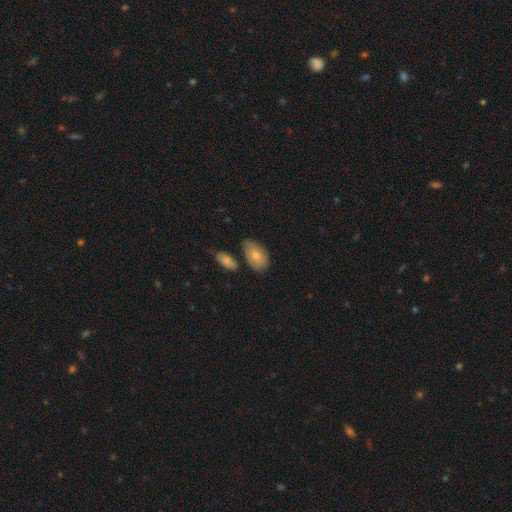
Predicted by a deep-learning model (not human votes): The model was most divided on "merging": none: 61%, minor disturbance: 22%, merger: 11%, major disturbance: 5%. More confident: how rounded — in between (91%); smooth or featured — smooth (76%).